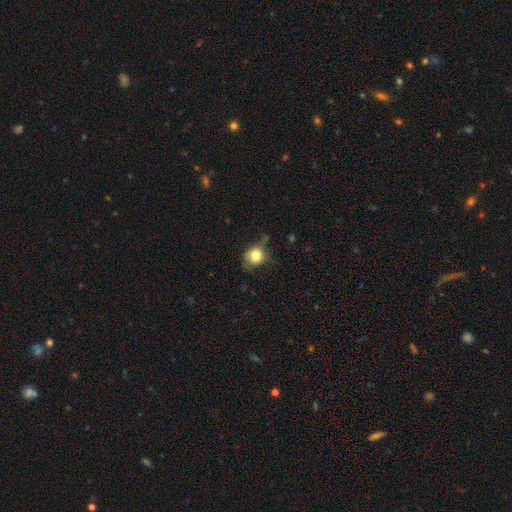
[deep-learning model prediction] Smooth or featured?
  - smooth: 78% *
  - featured or disk: 11%
  - star or artifact: 10%
How rounded?
  - round: 77% *
  - in between: 22%
  - cigar-shaped: 1%
Merging?
  - none: 54% *
  - minor disturbance: 32%
  - major disturbance: 10%
  - merger: 4%